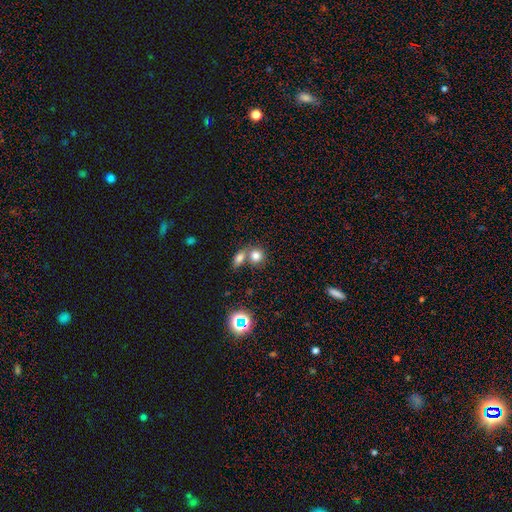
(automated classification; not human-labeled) Morphology: type=smooth (77%); roundness=round (72%); merging=merger (46%).